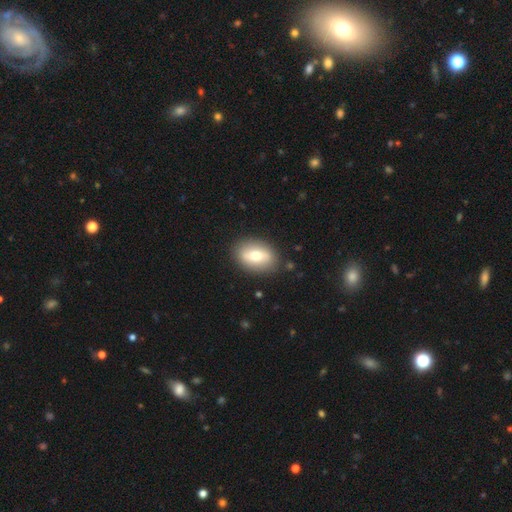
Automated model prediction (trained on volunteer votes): Smooth or featured? Predicted: smooth (p=0.62). How rounded? Predicted: in between (p=0.77). Merging? Predicted: none (p=0.86).